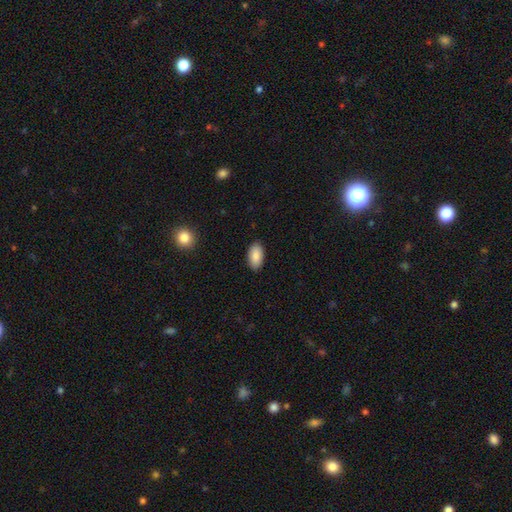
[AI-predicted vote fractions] Smooth or featured? Predicted: smooth (p=0.88). How rounded? Predicted: in between (p=0.95). Merging? Predicted: none (p=0.89).